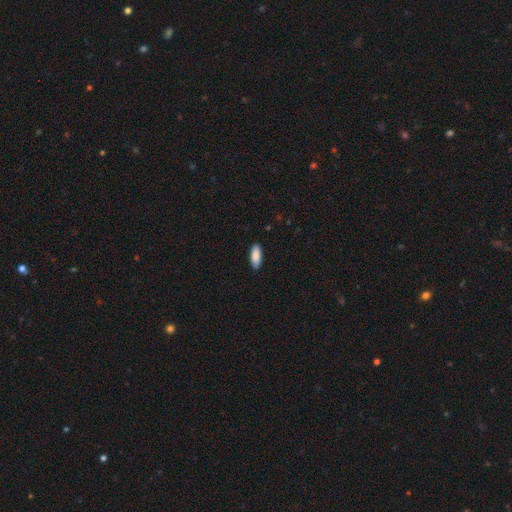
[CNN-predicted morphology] smooth 89%, featured or disk 6%, star or artifact 6%. Down the decision tree: how rounded — in between (77%); merging — none (89%).